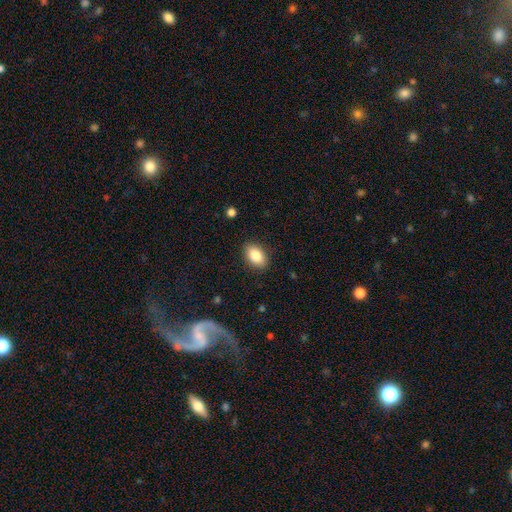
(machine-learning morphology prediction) This appears to be a smooth galaxy with no disk features (85%) that is in between round and cigar-shaped (89%). Merging: none (88%).